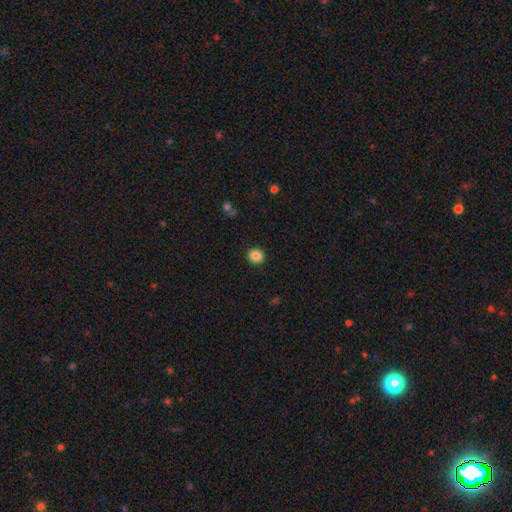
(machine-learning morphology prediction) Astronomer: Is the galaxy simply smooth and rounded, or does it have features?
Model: smooth — 86%.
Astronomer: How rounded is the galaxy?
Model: round — 88%.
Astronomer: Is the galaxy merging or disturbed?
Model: none — 92%.